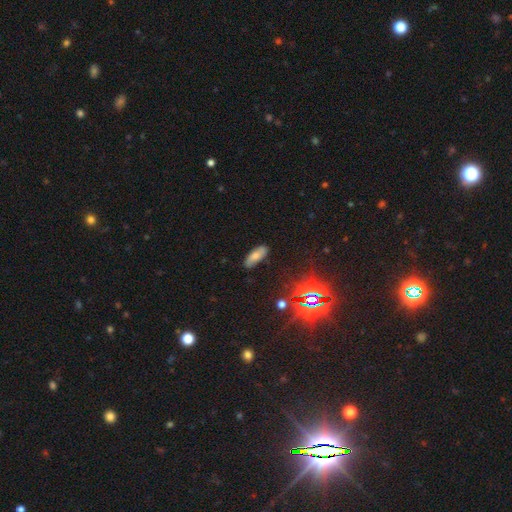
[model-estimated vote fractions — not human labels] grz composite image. It shows a smooth galaxy with no disk features (68%) that is in between round and cigar-shaped (72%). Merging: none (82%).